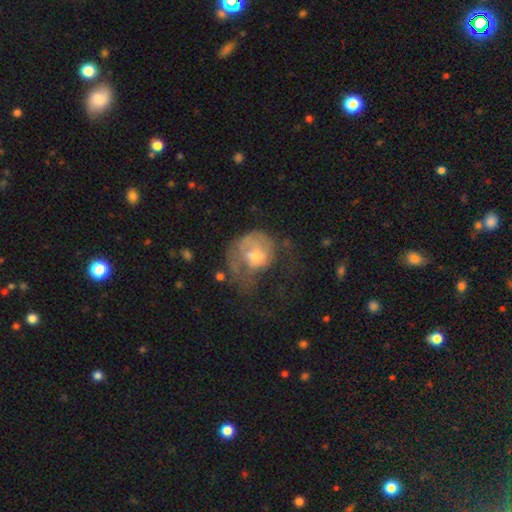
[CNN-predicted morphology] The model was most divided on "smooth or featured": featured or disk: 48%, smooth: 44%, star or artifact: 8%. More confident: merging — major disturbance (52%).